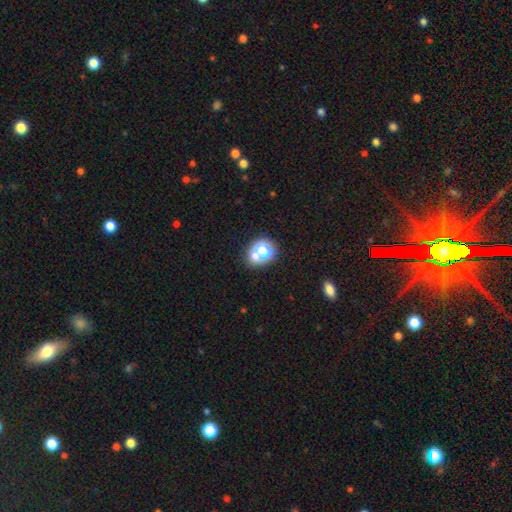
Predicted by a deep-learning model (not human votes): A smooth galaxy with no disk features (60%) that is round (70%).

Vote fractions:
- Smooth or featured? smooth: 60% / star or artifact: 24% / featured or disk: 16%
- How rounded? round: 70% / in between: 29% / cigar-shaped: 1%
- Merging? none: 51% / merger: 35% / minor disturbance: 9% / major disturbance: 5%